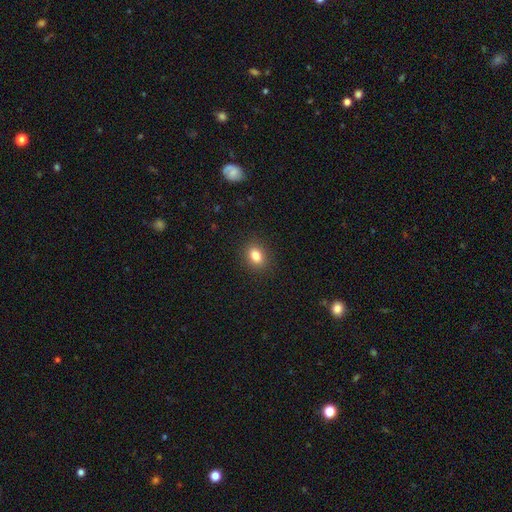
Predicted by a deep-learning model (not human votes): smooth 83%, star or artifact 11%, featured or disk 7%. Down the decision tree: how rounded — in between (61%); merging — none (89%).